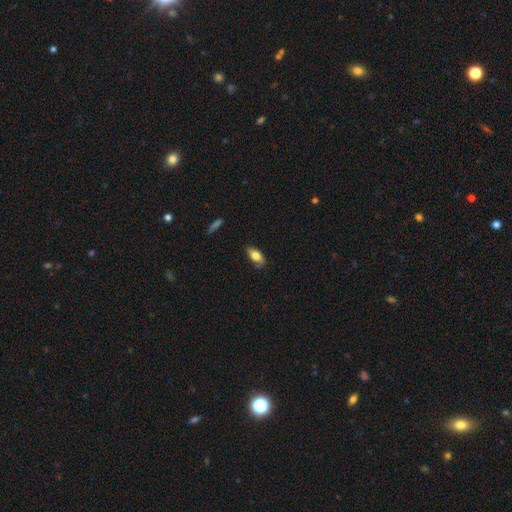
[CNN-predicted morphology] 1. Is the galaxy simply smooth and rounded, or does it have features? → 72% smooth, 20% featured or disk, 7% star or artifact.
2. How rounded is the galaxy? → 83% in between, 13% cigar-shaped, 4% round.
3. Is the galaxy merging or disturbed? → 63% none, 28% minor disturbance, 7% major disturbance, 2% merger.